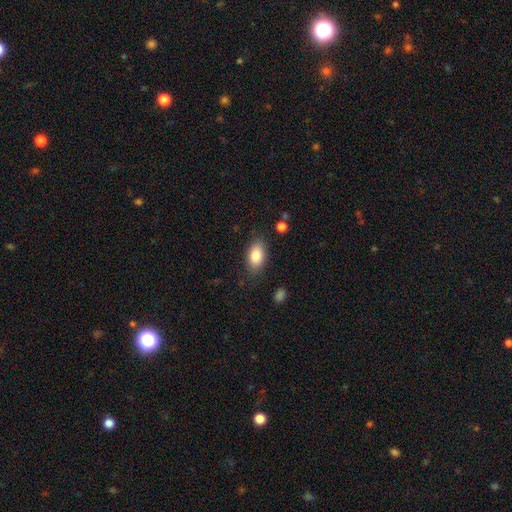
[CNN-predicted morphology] This appears to be a smooth galaxy with no disk features (83%) that is in between round and cigar-shaped (90%). Merging: none (82%).